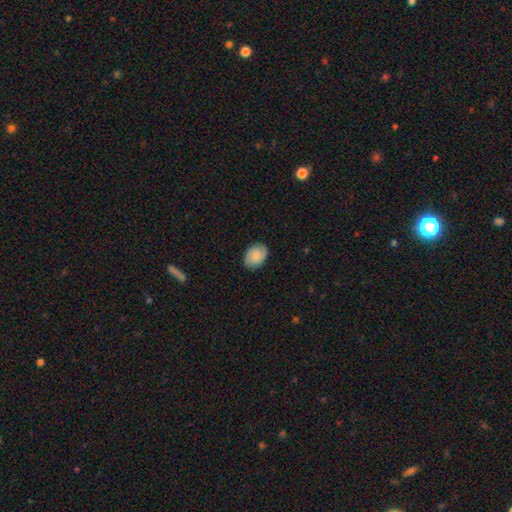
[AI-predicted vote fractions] Overall: smooth (76%). How rounded: in between (77%). Merging: none (83%).